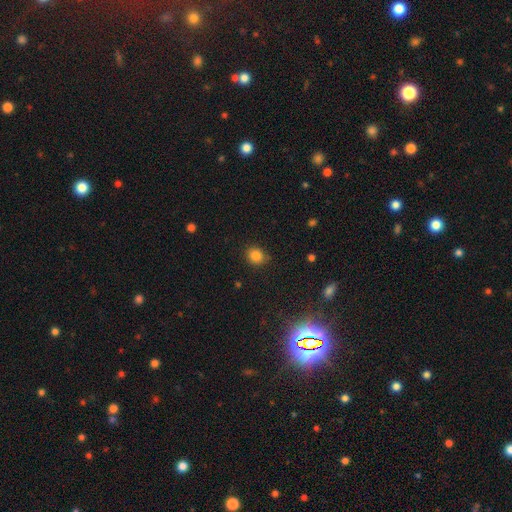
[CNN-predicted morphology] type=smooth (83%); roundness=round (69%); merging=none (81%).